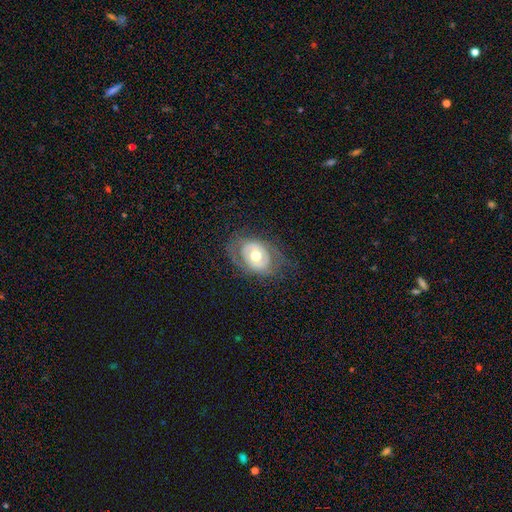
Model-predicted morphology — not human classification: Smooth or featured: featured or disk — 59% (smooth — 35%)
Edge-on disk: no — 93% (yes — 7%)
Bar: no — 77% (weak — 17%)
Spiral arms: no — 66% (yes — 34%)
Bulge size: moderate — 74% (large — 13%)
Merging: none — 67% (minor disturbance — 19%)